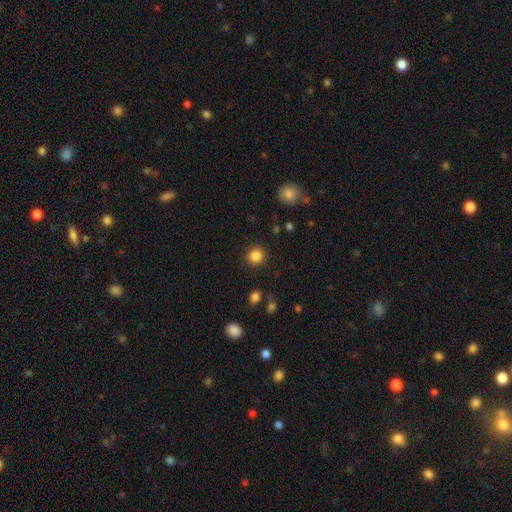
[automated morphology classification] smooth-or-featured: smooth: 85% | star or artifact: 11% | featured or disk: 4%
  how-rounded: round: 93% | in between: 6% | cigar-shaped: 1%
  merging: none: 90% | minor disturbance: 6% | major disturbance: 2% | merger: 1%